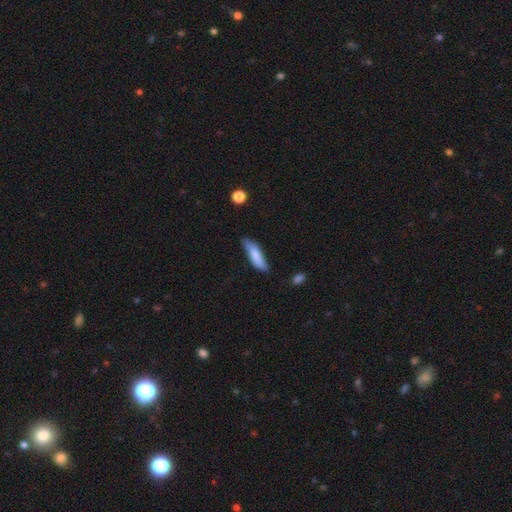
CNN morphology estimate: smooth_or_featured: smooth (p=0.77) [alt: featured or disk p=0.17]
how_rounded: cigar-shaped (p=0.61) [alt: in between p=0.37]
merging: none (p=0.63) [alt: minor disturbance p=0.29]